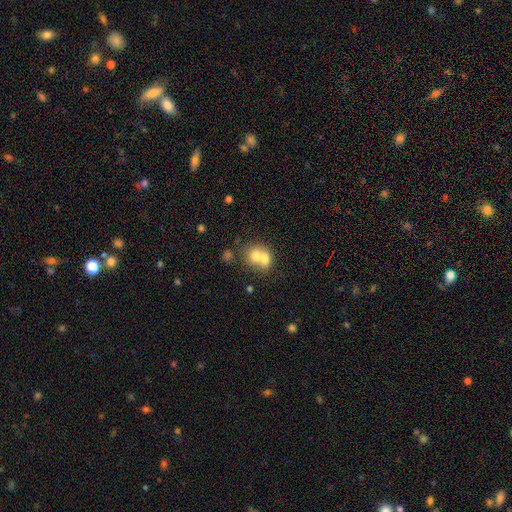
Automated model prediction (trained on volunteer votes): Morphology: type=smooth (69%); roundness=round (57%); merging=merger (70%).